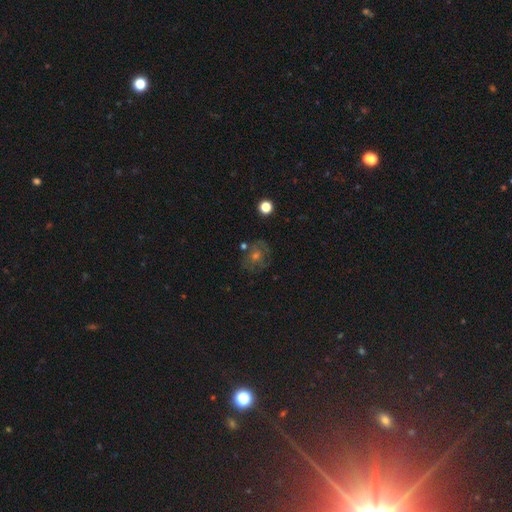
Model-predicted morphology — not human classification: smooth-or-featured: featured or disk: 45% | smooth: 30% | star or artifact: 26%
  merging: none: 73% | minor disturbance: 16% | major disturbance: 8% | merger: 4%